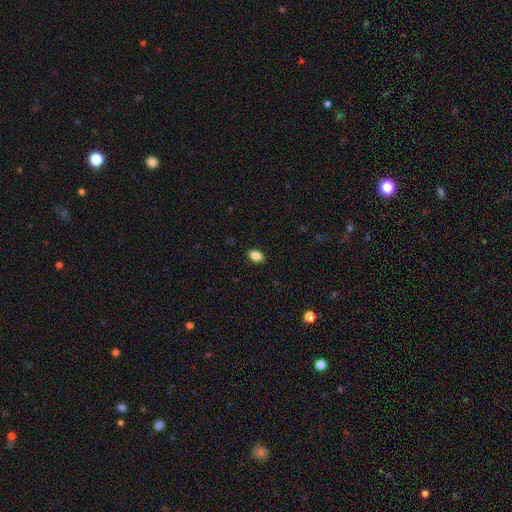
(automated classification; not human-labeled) smooth 84%, star or artifact 9%, featured or disk 7%. Down the decision tree: how rounded — in between (87%); merging — none (89%).